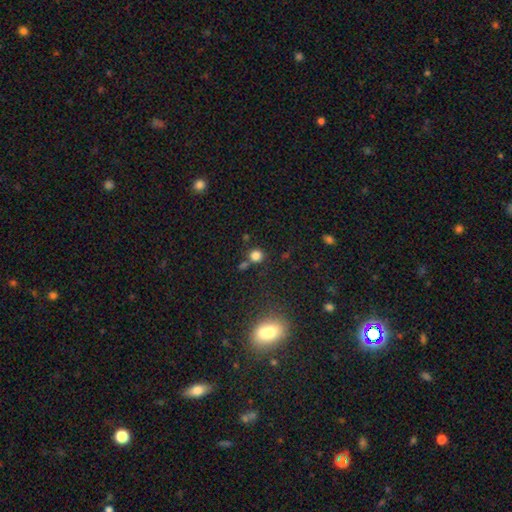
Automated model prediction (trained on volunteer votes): smooth-or-featured: smooth: 79% | star or artifact: 16% | featured or disk: 5%
  how-rounded: round: 89% | in between: 10% | cigar-shaped: 1%
  merging: none: 72% | merger: 14% | minor disturbance: 10% | major disturbance: 4%